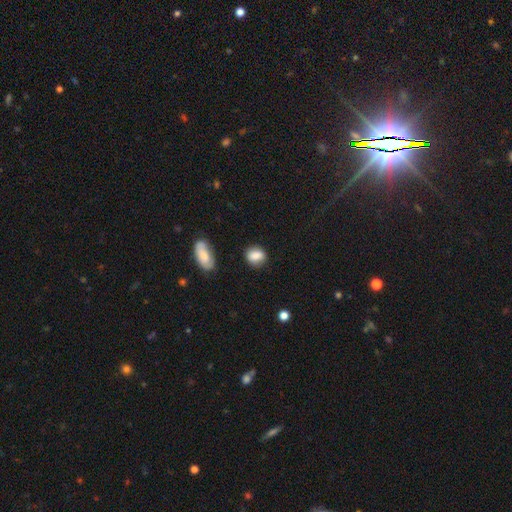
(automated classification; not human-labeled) A smooth galaxy with no disk features (82%) that is in between round and cigar-shaped (57%). Merging: none (72%).